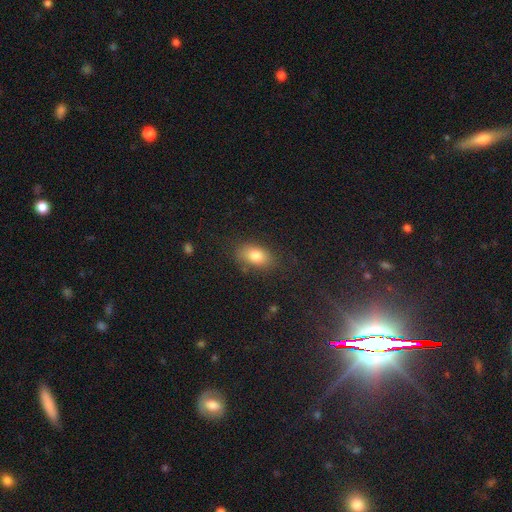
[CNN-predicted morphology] This appears to be a smooth galaxy with no disk features (80%) that is in between round and cigar-shaped (87%). Merging: none (78%).